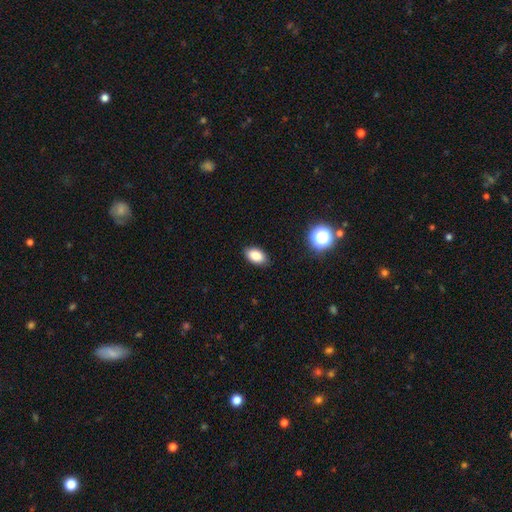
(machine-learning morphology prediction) Smooth or featured?
  - smooth: 86% *
  - star or artifact: 10%
  - featured or disk: 5%
How rounded?
  - in between: 92% *
  - round: 7%
  - cigar-shaped: 2%
Merging?
  - none: 88% *
  - minor disturbance: 9%
  - major disturbance: 2%
  - merger: 1%